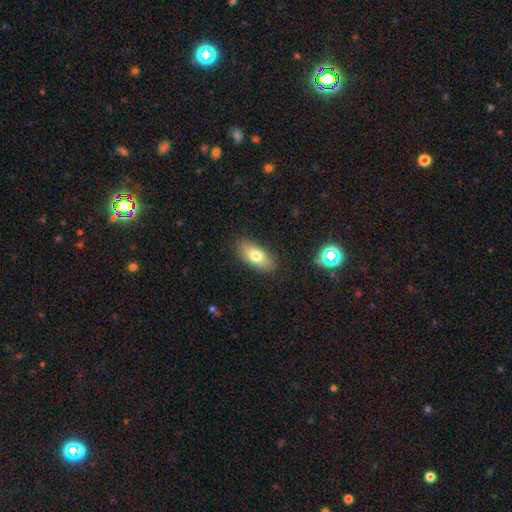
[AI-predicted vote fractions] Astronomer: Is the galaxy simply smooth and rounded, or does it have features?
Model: smooth — 76%.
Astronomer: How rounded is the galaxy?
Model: in between — 84%.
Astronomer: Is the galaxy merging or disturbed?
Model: none — 86%.